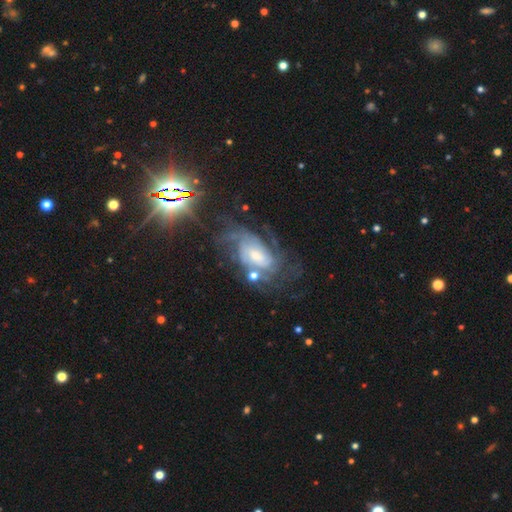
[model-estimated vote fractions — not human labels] smooth-or-featured: featured or disk: 76% | star or artifact: 13% | smooth: 11%
  disk-edge-on: no: 95% | yes: 5%
    bar: no: 55% | weak: 35% | strong: 10%
    has-spiral-arms: yes: 91% | no: 9%
      spiral-winding: tight: 49% | medium: 38% | loose: 12%
      spiral-arm-count: can't tell: 42% | 2: 19% | 3: 17% | 4: 10% | more than 4: 6% | 1: 5%
    bulge-size: small: 43% | moderate: 40% | large: 9% | none: 6% | dominant: 2%
  merging: none: 55% | major disturbance: 19% | minor disturbance: 19% | merger: 6%